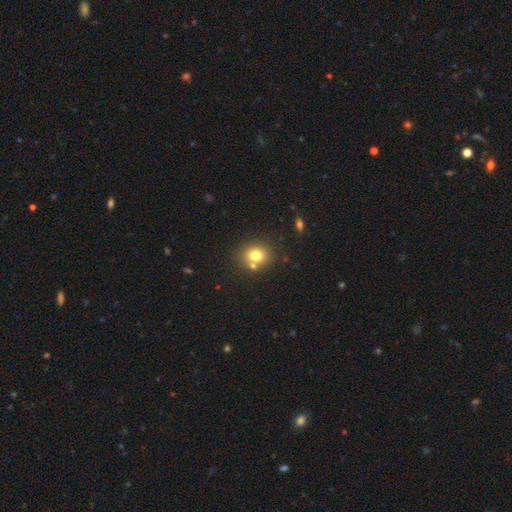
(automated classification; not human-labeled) The model was most divided on "how rounded": round: 68%, in between: 32%, cigar-shaped: 1%. More confident: smooth or featured — smooth (76%); merging — none (68%).